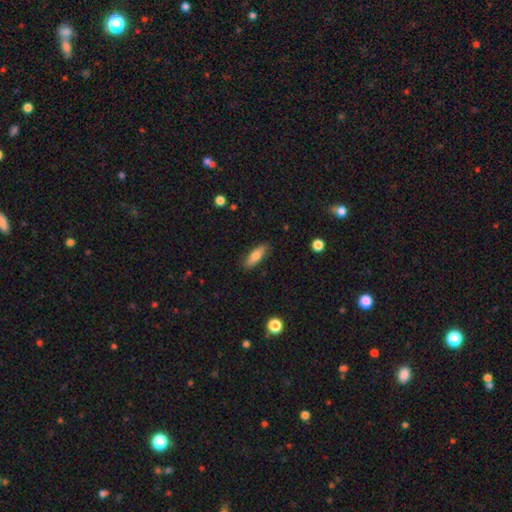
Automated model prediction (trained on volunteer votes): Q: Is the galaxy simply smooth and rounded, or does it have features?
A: smooth — 71%.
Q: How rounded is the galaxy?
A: in between — 53%.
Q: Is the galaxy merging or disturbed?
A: none — 87%.